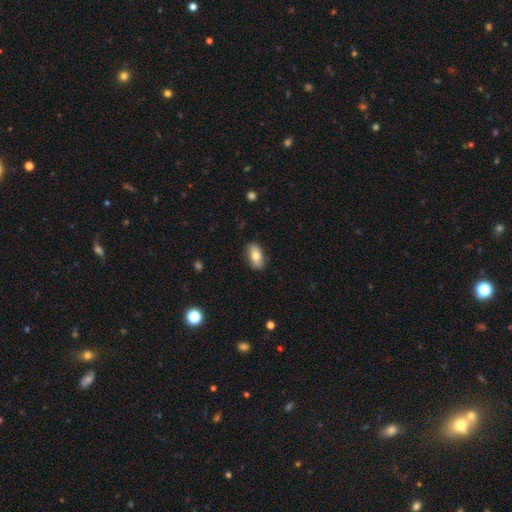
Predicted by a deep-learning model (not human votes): Morphology: type=smooth (72%); roundness=in between (88%); merging=none (83%).